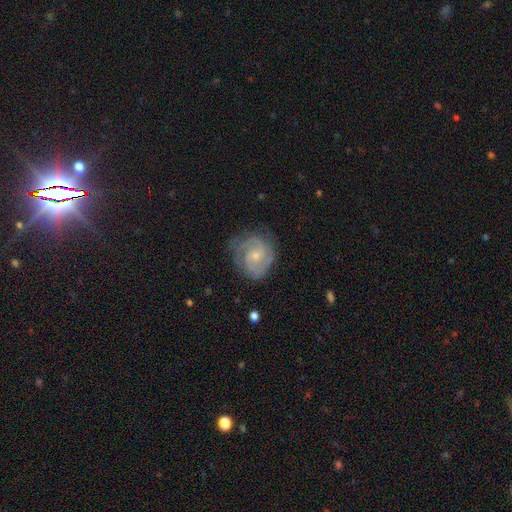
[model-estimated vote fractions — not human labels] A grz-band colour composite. It shows a featured or disk galaxy (79%) with no bar (66%), 2 (53%) tight (55%) spiral arms (95%) and a small central bulge (66%). Merging: none (69%).